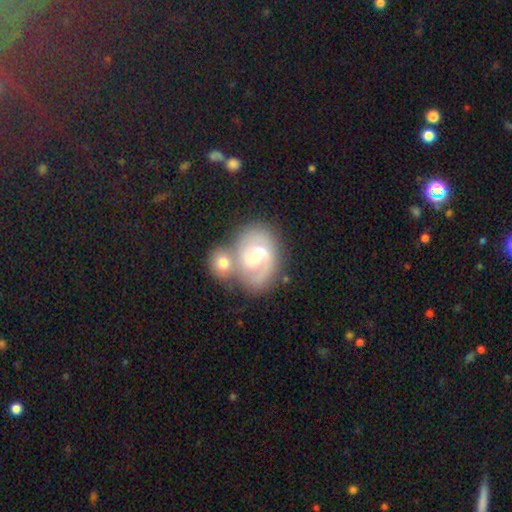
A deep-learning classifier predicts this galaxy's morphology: Smooth or featured: featured or disk — 82% (smooth — 12%)
Edge-on disk: no — 98% (yes — 2%)
Bar: weak — 55% (no — 32%)
Spiral arms: yes — 95% (no — 5%)
Spiral winding: medium — 53% (tight — 32%)
Spiral arm count: 2 — 76% (1 — 10%)
Bulge size: moderate — 62% (small — 30%)
Merging: merger — 46% (none — 37%)